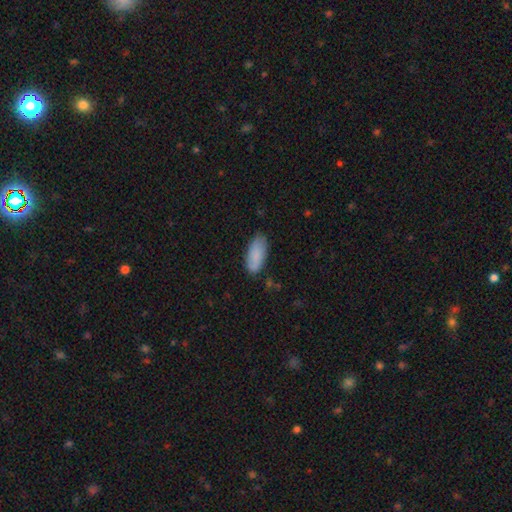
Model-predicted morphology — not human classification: A smooth galaxy with no disk features (84%) that is in between round and cigar-shaped (85%). Merging: none (79%).